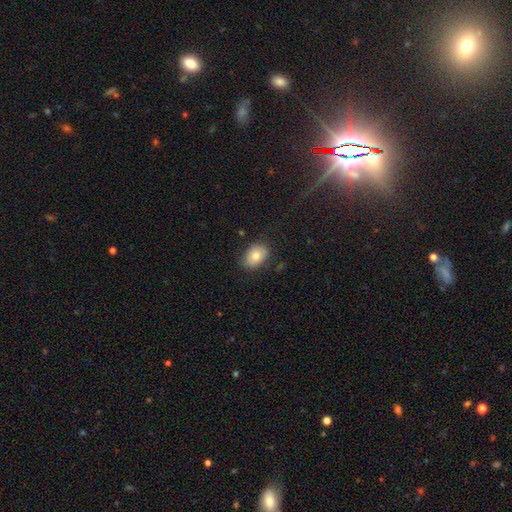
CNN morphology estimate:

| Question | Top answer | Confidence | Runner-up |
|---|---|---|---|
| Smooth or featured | smooth | 81% | featured or disk (10%) |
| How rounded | in between | 80% | round (19%) |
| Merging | none | 81% | minor disturbance (14%) |